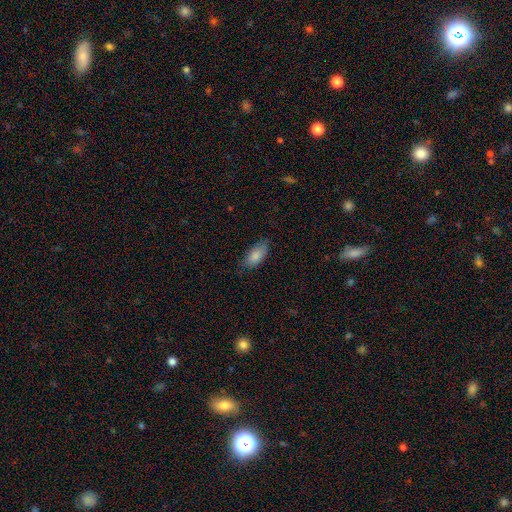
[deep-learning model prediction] This appears to be a smooth galaxy with no disk features (85%) that is in between round and cigar-shaped (88%). Merging: none (73%).